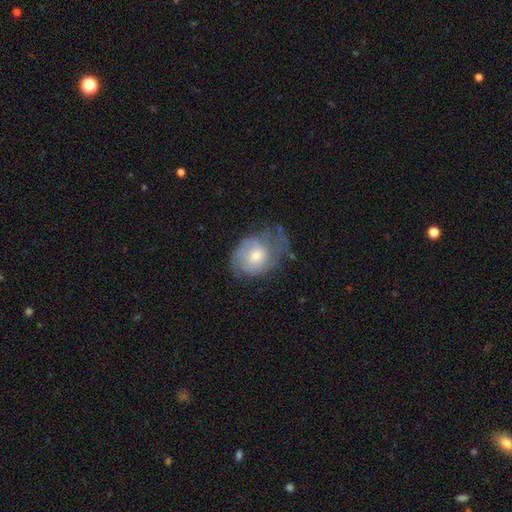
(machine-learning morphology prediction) featured or disk 60%, smooth 33%, star or artifact 7%. Down the decision tree: edge-on disk — no (96%); bar — no (70%); spiral arms — yes (81%); bulge size — moderate (59%); merging — none (44%).